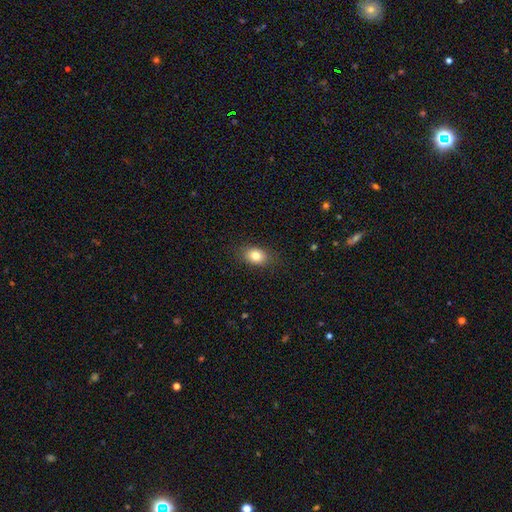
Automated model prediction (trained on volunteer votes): Morphology: type=smooth (82%); roundness=in between (72%); merging=none (86%).